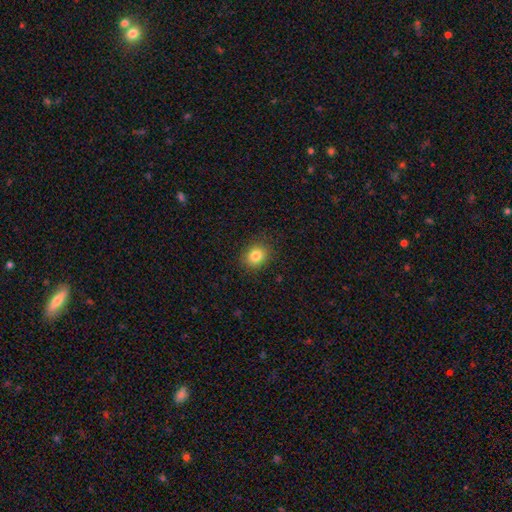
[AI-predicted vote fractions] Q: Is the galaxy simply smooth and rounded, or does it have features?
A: smooth — 83%.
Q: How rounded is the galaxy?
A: round — 65%.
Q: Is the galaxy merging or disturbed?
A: none — 88%.